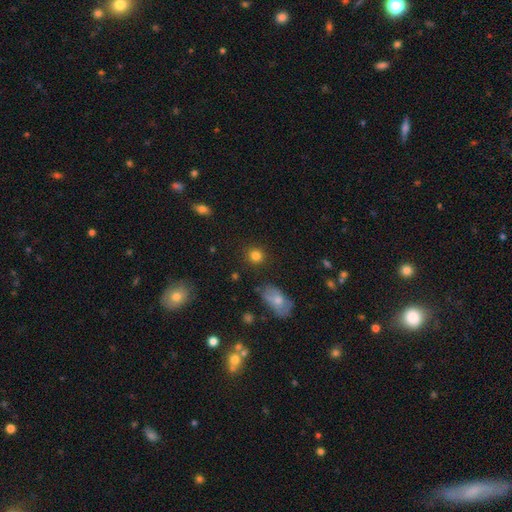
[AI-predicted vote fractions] Smooth or featured? Predicted: smooth (p=0.83). How rounded? Predicted: round (p=0.88). Merging? Predicted: none (p=0.87).